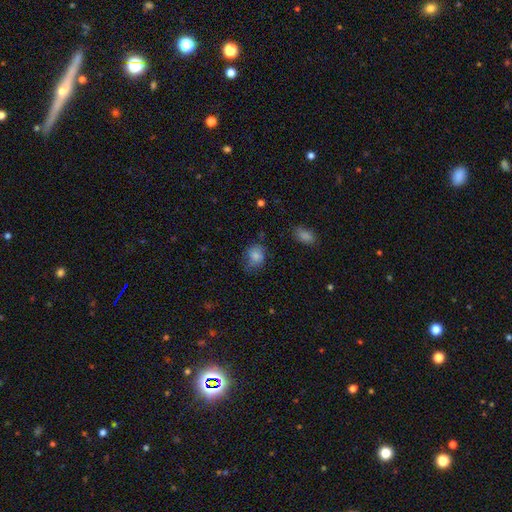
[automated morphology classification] Overall: smooth (78%). How rounded: round (53%; in between 46%). Merging: none (62%; minor disturbance 27%).